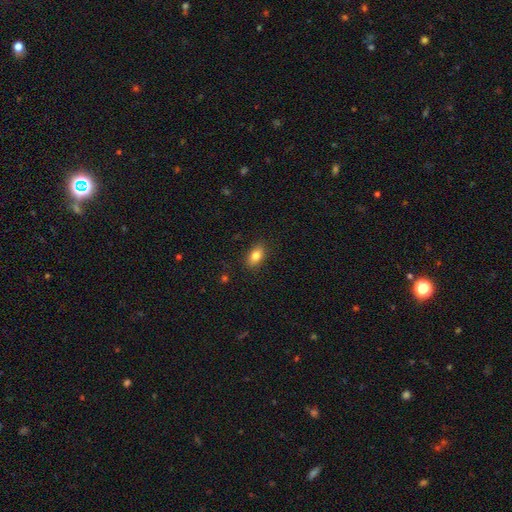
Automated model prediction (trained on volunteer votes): A smooth galaxy with no disk features (83%) that is in between round and cigar-shaped (87%).

Vote fractions:
- Smooth or featured? smooth: 83% / featured or disk: 9% / star or artifact: 8%
- How rounded? in between: 87% / round: 10% / cigar-shaped: 4%
- Merging? none: 87% / minor disturbance: 10% / major disturbance: 2% / merger: 1%